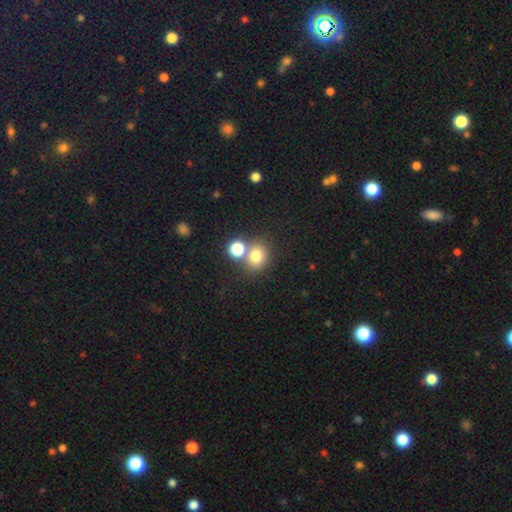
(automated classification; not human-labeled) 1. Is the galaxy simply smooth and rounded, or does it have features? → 76% smooth, 16% star or artifact, 8% featured or disk.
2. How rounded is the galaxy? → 75% round, 24% in between, 1% cigar-shaped.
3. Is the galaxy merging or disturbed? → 59% none, 29% merger, 9% minor disturbance, 4% major disturbance.